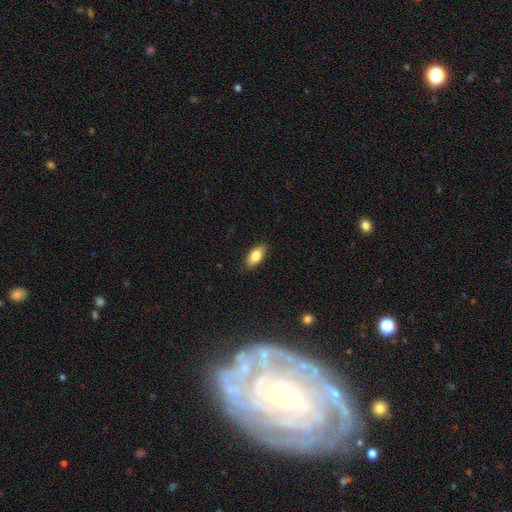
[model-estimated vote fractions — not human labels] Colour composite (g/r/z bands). It shows a smooth galaxy with no disk features (81%) that is in between round and cigar-shaped (90%). Merging: none (87%).